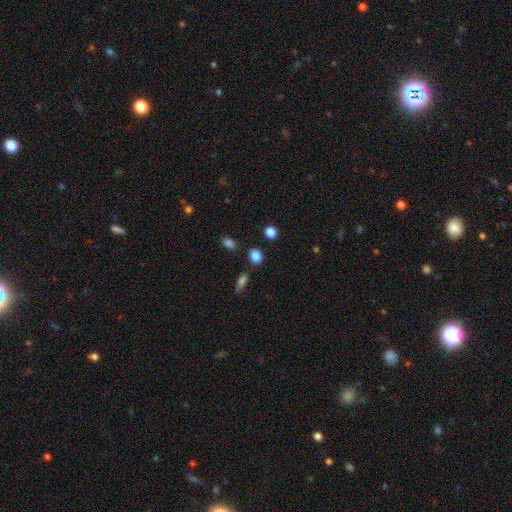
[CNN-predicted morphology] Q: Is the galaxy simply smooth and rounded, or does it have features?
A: smooth — 84%.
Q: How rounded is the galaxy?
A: round — 65%.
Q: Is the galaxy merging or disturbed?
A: none — 82%.